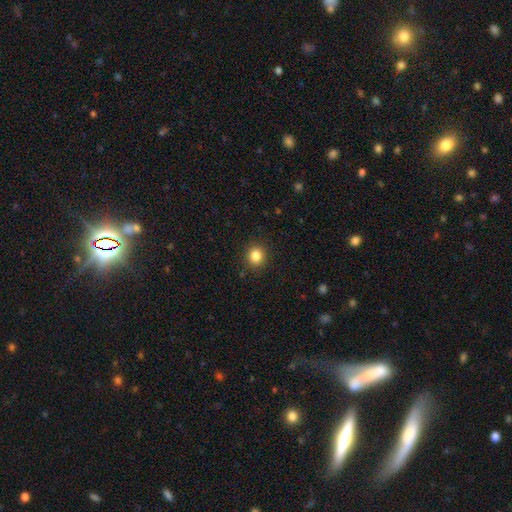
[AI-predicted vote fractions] Smooth or featured? smooth (84%)
How rounded? round (82%)
Merging? none (90%)